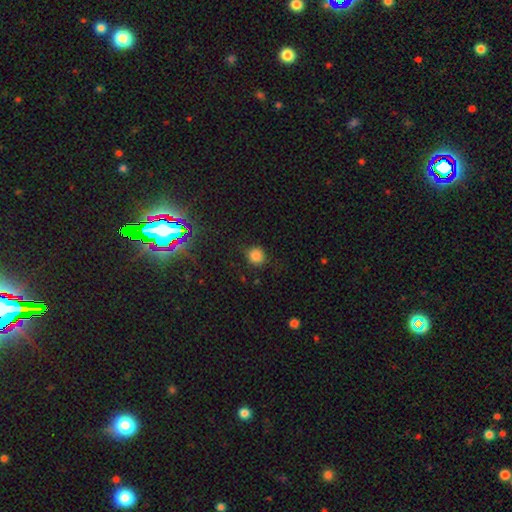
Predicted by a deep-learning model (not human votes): This appears to be a smooth galaxy with no disk features (81%) that is round (88%). Merging: none (83%).